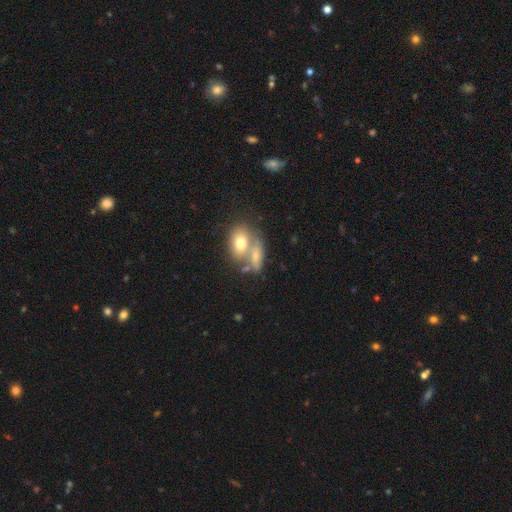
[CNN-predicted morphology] This is likely a smooth galaxy (69%). How rounded: likely in between (73%). Merging: possibly merger (54%).